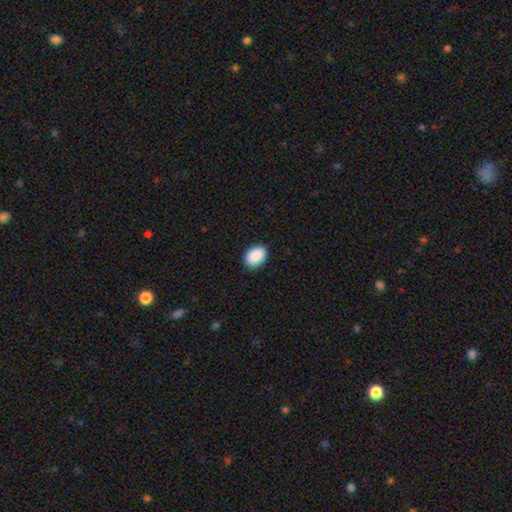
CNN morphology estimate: smooth 90%, star or artifact 7%, featured or disk 3%. Down the decision tree: how rounded — in between (79%); merging — none (86%).